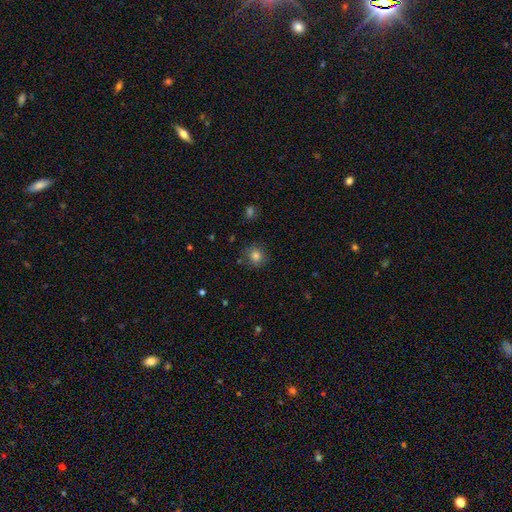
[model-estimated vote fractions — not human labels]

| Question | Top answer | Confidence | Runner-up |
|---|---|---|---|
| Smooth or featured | smooth | 82% | star or artifact (12%) |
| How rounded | round | 90% | in between (9%) |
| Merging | none | 83% | minor disturbance (11%) |